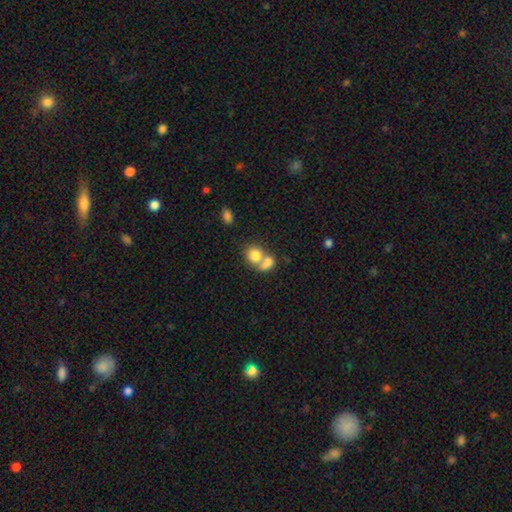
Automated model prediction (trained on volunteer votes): Smooth or featured? Predicted: smooth (p=0.78). How rounded? Predicted: round (p=0.65). Merging? Predicted: merger (p=0.61).